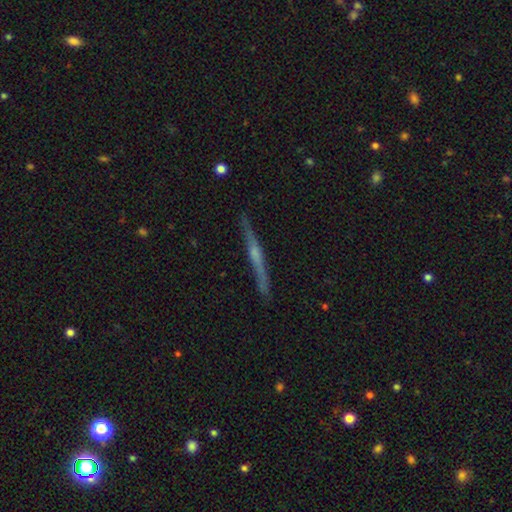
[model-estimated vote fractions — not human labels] This is likely a featured or disk galaxy (76%). It is clearly viewed edge-on (98%). Edge-on bulge: likely rounded (67%). Merging: clearly none (89%).